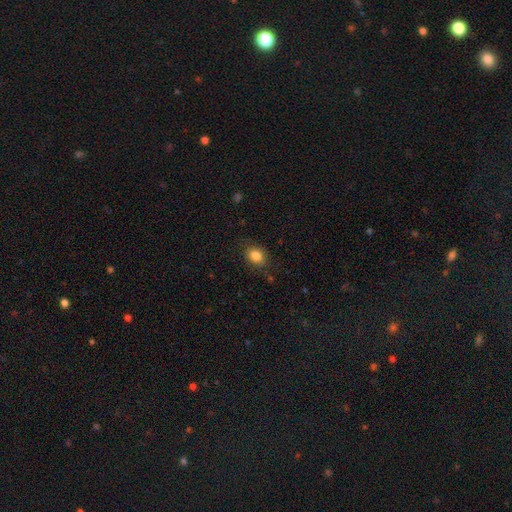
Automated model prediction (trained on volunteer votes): Smooth or featured: smooth — 84% (star or artifact — 10%)
How rounded: in between — 53% (round — 46%)
Merging: none — 81% (minor disturbance — 14%)